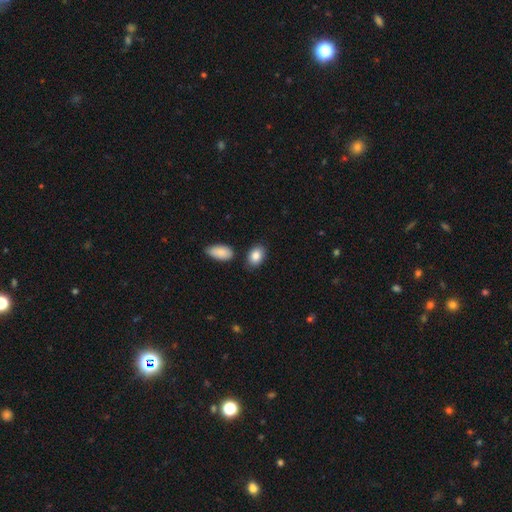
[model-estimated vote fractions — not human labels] The model was most divided on "merging": none: 78%, minor disturbance: 13%, merger: 6%, major disturbance: 3%. More confident: smooth or featured — smooth (87%); how rounded — in between (86%).